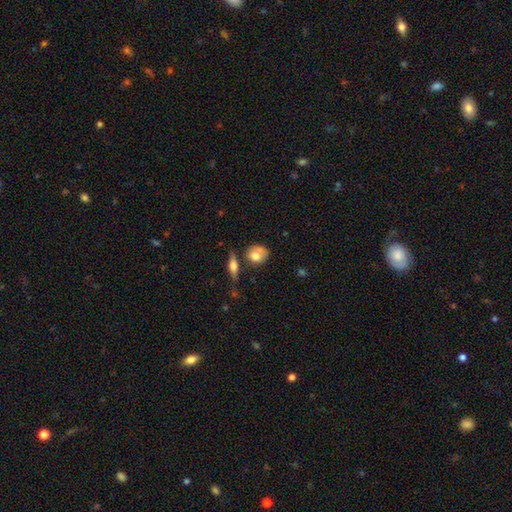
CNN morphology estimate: A smooth galaxy with no disk features (70%) that is round (58%). Merging: none (50%).